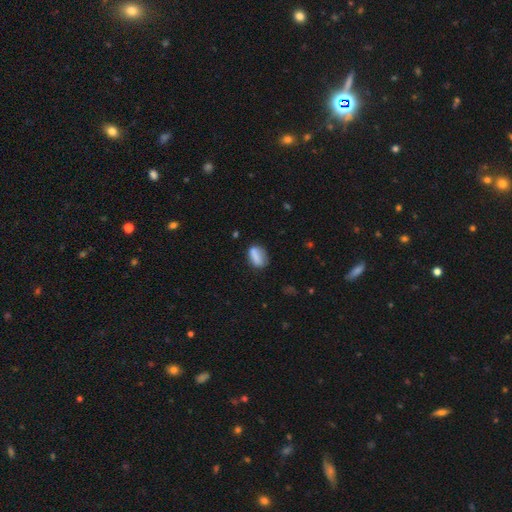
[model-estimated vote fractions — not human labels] This is likely a smooth galaxy (80%). How rounded: likely in between (79%). Merging: likely none (66%).